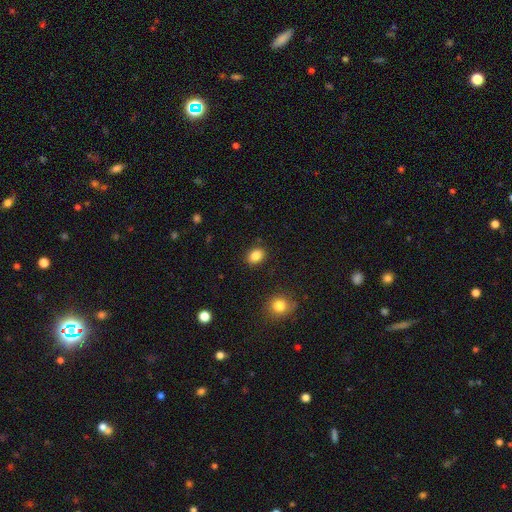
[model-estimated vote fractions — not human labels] smooth 86%, star or artifact 9%, featured or disk 5%. Down the decision tree: how rounded — in between (70%); merging — none (88%).